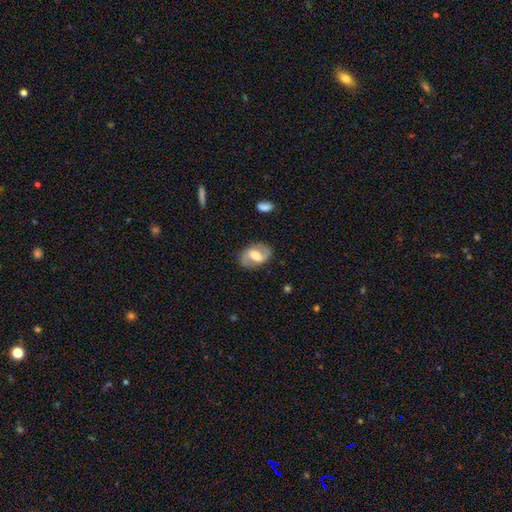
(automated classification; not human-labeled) smooth-or-featured: featured or disk: 73% | smooth: 21% | star or artifact: 6%
  disk-edge-on: no: 96% | yes: 4%
    bar: weak: 46% | strong: 33% | no: 21%
    has-spiral-arms: yes: 87% | no: 13%
      spiral-winding: medium: 46% | loose: 35% | tight: 19%
      spiral-arm-count: 2: 90% | can't tell: 5% | 1: 3% | 3: 1% | 4: 1% | more than 4: 1%
    bulge-size: moderate: 56% | large: 23% | small: 15% | none: 4% | dominant: 2%
  merging: none: 82% | minor disturbance: 13% | major disturbance: 4% | merger: 1%